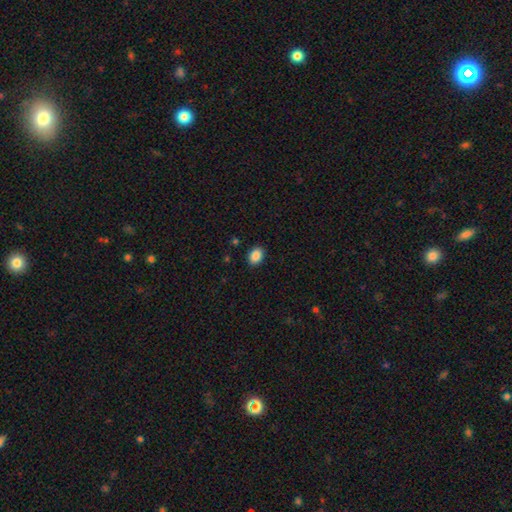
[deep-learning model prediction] A smooth galaxy with no disk features (88%) that is in between round and cigar-shaped (69%).

Vote fractions:
- Smooth or featured? smooth: 88% / star or artifact: 9% / featured or disk: 4%
- How rounded? in between: 69% / round: 30% / cigar-shaped: 1%
- Merging? none: 89% / minor disturbance: 7% / major disturbance: 2% / merger: 1%